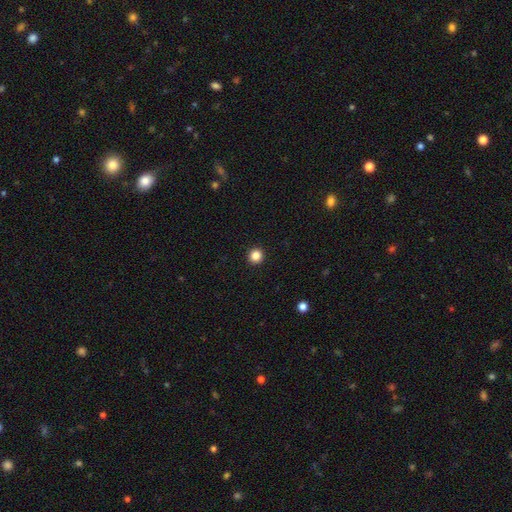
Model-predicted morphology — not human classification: Q: Smooth or featured?
A: smooth (86%); runner-up: star or artifact (11%)
Q: How rounded?
A: round (95%); runner-up: in between (4%)
Q: Merging?
A: none (94%); runner-up: minor disturbance (4%)